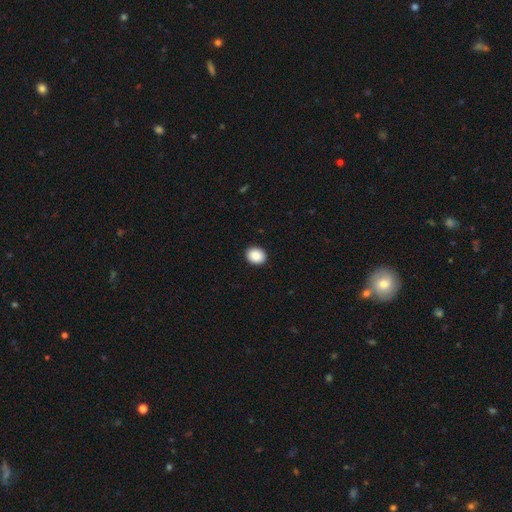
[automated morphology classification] A smooth galaxy with no disk features (90%) that is round (54%). Merging: none (92%).